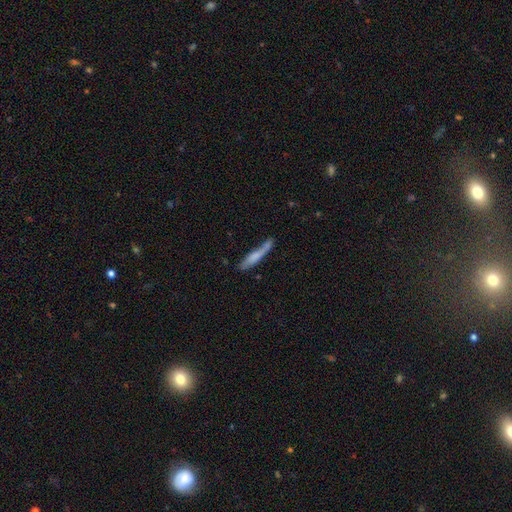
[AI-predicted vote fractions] A smooth galaxy with no disk features (60%) that is cigar-shaped (90%). Merging: none (53%).